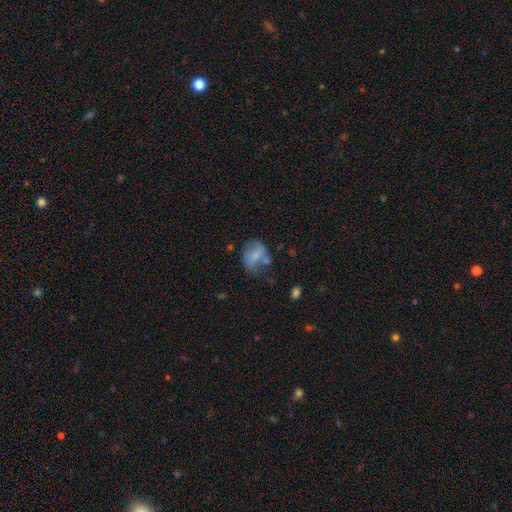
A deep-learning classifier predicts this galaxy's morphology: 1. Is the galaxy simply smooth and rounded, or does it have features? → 60% smooth, 30% featured or disk, 10% star or artifact.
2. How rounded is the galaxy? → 63% in between, 35% round, 2% cigar-shaped.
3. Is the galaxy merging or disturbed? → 40% none, 27% minor disturbance, 20% major disturbance, 13% merger.